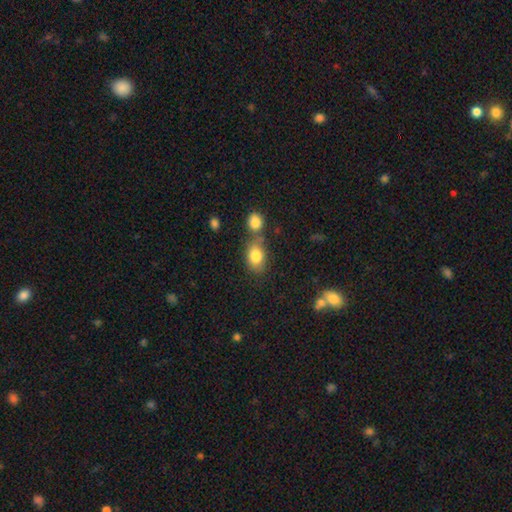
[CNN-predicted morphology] Q: Smooth or featured?
A: smooth (82%); runner-up: featured or disk (10%)
Q: How rounded?
A: in between (75%); runner-up: round (23%)
Q: Merging?
A: none (50%); runner-up: merger (29%)